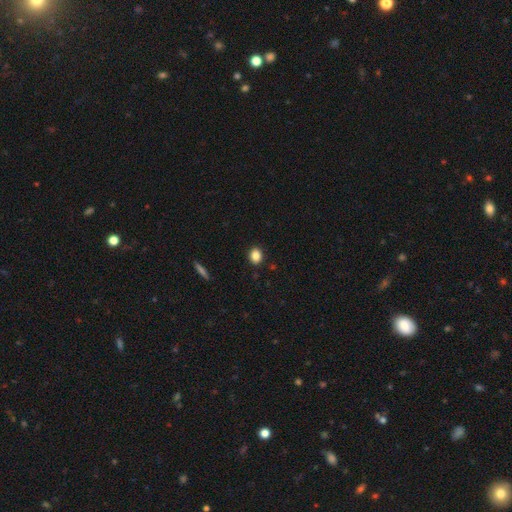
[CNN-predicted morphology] smooth 86%, star or artifact 10%, featured or disk 5%. Down the decision tree: how rounded — round (54%); merging — none (90%).